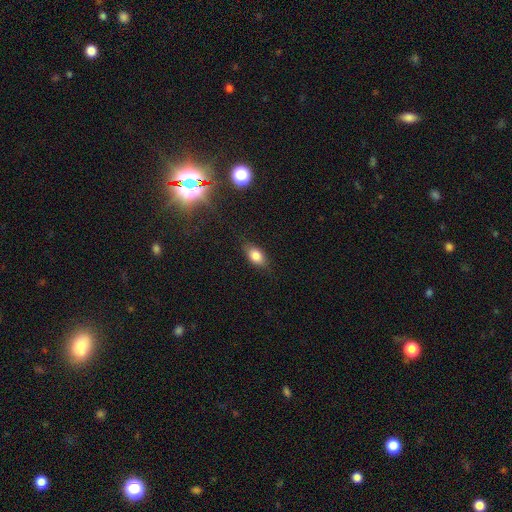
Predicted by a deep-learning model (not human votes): A smooth galaxy with no disk features (79%) that is in between round and cigar-shaped (84%).

Vote fractions:
- Smooth or featured? smooth: 79% / featured or disk: 11% / star or artifact: 10%
- How rounded? in between: 84% / round: 10% / cigar-shaped: 5%
- Merging? none: 81% / minor disturbance: 14% / major disturbance: 3% / merger: 1%